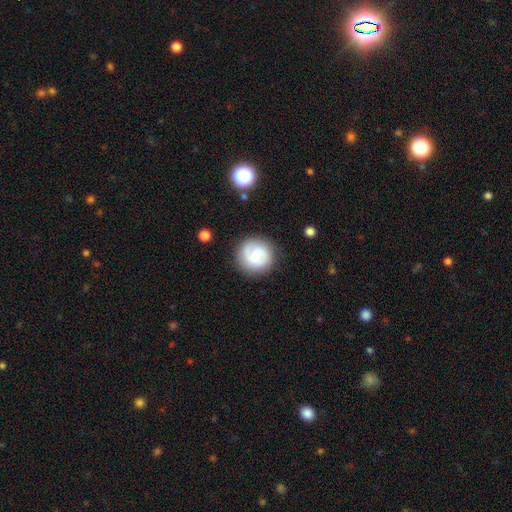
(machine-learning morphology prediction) Smooth or featured? Predicted: featured or disk (p=0.55). Edge-on disk? Predicted: no (p=0.98). Bar? Predicted: no (p=0.46). Spiral arms? Predicted: yes (p=0.89). Bulge size? Predicted: small (p=0.49). Merging? Predicted: none (p=0.83).